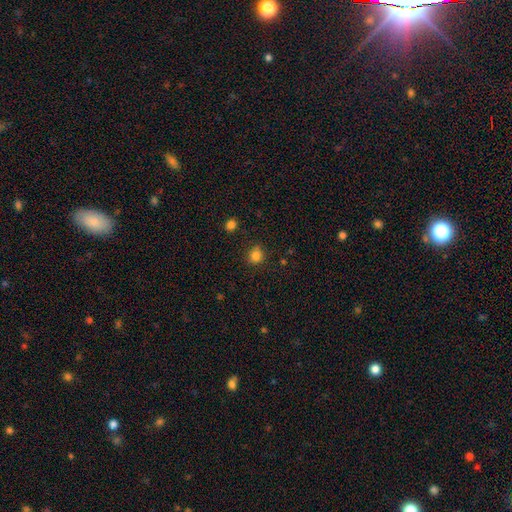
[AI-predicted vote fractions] This is clearly a smooth galaxy (83%). How rounded: likely round (77%). Merging: clearly none (83%).